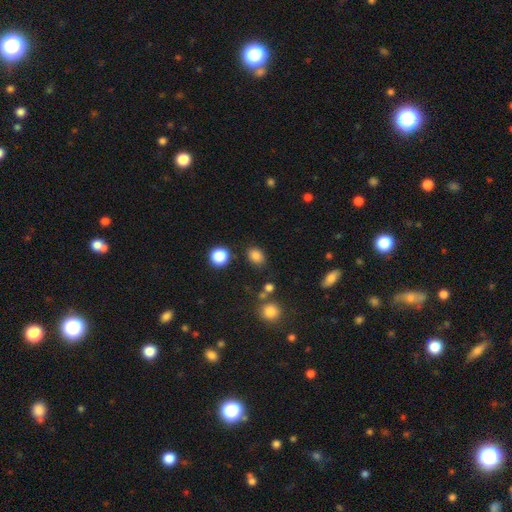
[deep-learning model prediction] Smooth or featured: smooth — 83% (star or artifact — 12%)
How rounded: in between — 62% (round — 37%)
Merging: none — 81% (minor disturbance — 11%)